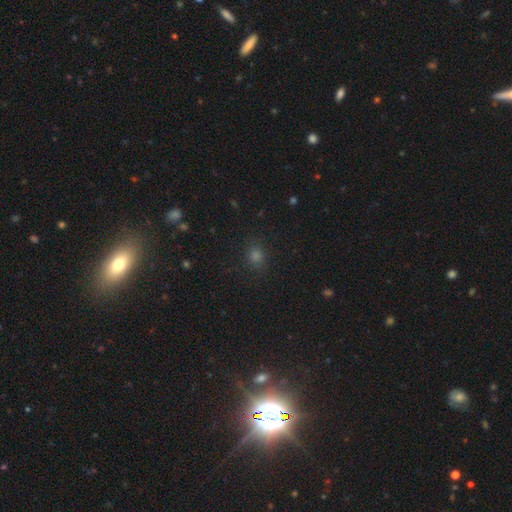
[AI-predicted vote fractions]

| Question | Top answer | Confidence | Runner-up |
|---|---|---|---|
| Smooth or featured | smooth | 65% | star or artifact (30%) |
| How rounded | round | 70% | in between (29%) |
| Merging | none | 87% | minor disturbance (9%) |